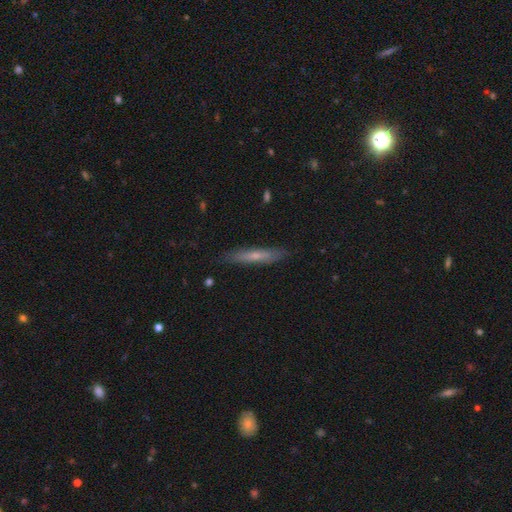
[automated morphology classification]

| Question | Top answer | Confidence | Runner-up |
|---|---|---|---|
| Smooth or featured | smooth | 54% | featured or disk (39%) |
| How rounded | cigar-shaped | 90% | in between (8%) |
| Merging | none | 85% | minor disturbance (12%) |